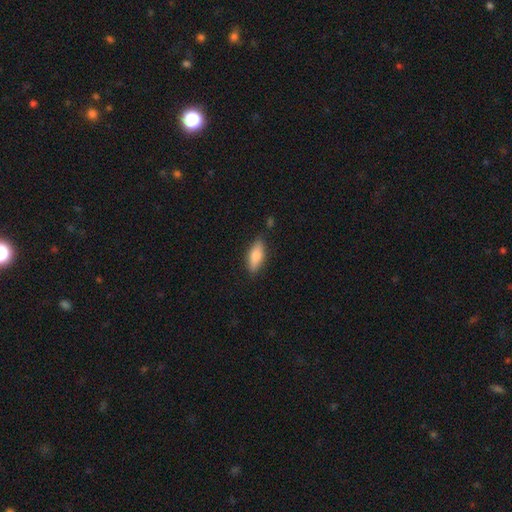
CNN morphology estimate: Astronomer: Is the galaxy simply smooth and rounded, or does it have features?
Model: smooth — 74%.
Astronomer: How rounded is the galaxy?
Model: in between — 67%.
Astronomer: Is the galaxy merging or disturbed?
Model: none — 83%.